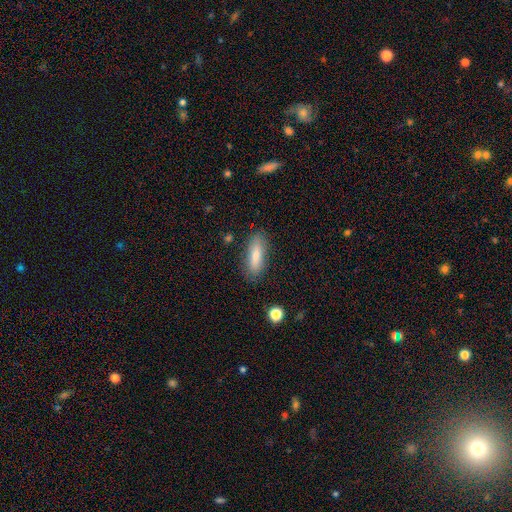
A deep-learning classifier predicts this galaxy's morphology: smooth_or_featured: smooth (p=0.80) [alt: featured or disk p=0.13]
how_rounded: in between (p=0.50) [alt: cigar-shaped p=0.48]
merging: none (p=0.83) [alt: minor disturbance p=0.12]